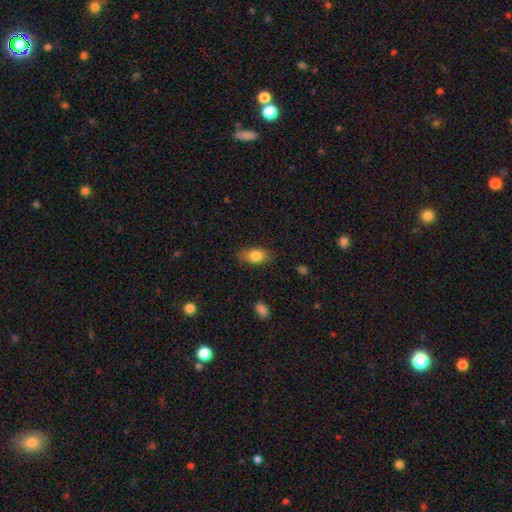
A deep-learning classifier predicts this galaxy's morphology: type=smooth (80%); roundness=in between (87%); merging=none (82%).